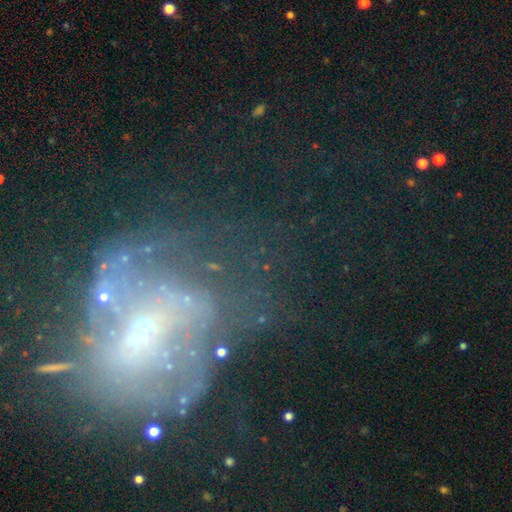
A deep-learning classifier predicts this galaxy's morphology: A featured or disk galaxy (54%) with no bar (66%), no spiral arms (51%) and a small central bulge (73%).

Vote fractions:
- Smooth or featured? featured or disk: 54% / star or artifact: 28% / smooth: 18%
- Edge-on disk? no: 95% / yes: 5%
- Bar? no: 66% / weak: 22% / strong: 11%
- Spiral arms? no: 51% / yes: 49%
- Bulge size? small: 73% / moderate: 14% / none: 9% / large: 2% / dominant: 2%
- Merging? none: 52% / major disturbance: 24% / minor disturbance: 18% / merger: 6%